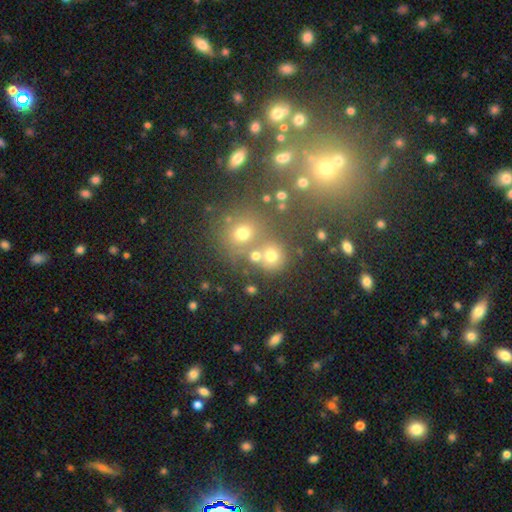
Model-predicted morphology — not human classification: type=smooth (68%); roundness=round (82%); merging=none (59%).